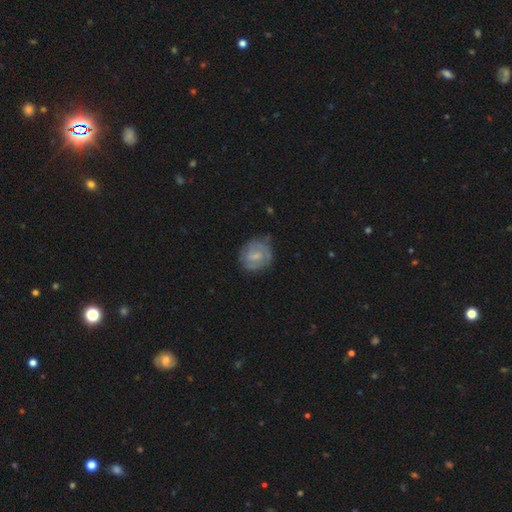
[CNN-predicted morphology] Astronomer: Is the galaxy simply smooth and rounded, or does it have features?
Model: smooth — 49% (runner-up: featured or disk, 43%).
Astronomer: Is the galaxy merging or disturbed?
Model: none — 68%.